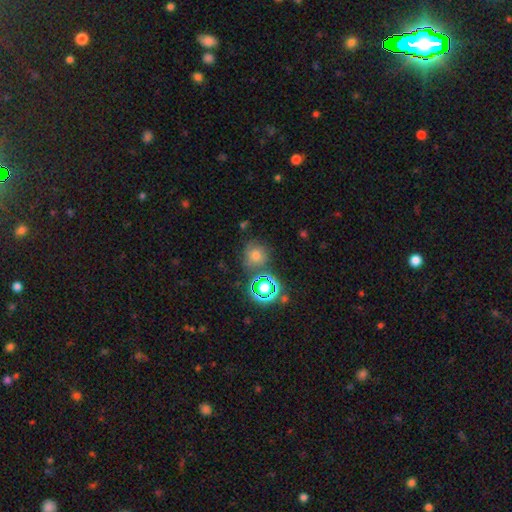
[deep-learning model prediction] smooth_or_featured: smooth (p=0.60) [alt: star or artifact p=0.26]
how_rounded: round (p=0.86) [alt: in between p=0.13]
merging: none (p=0.69) [alt: minor disturbance p=0.15]